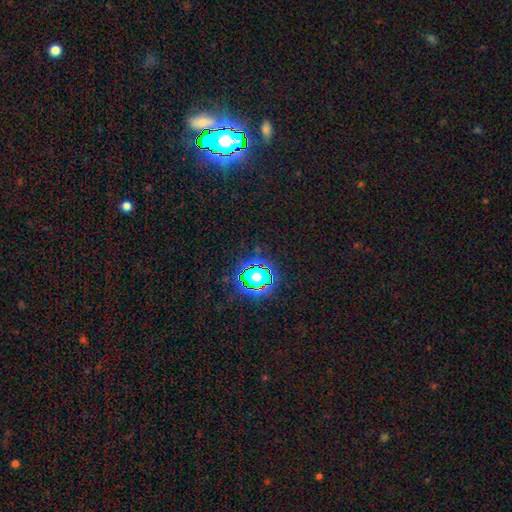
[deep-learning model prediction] The model was most divided on "smooth or featured": star or artifact: 79%, smooth: 13%, featured or disk: 8%.